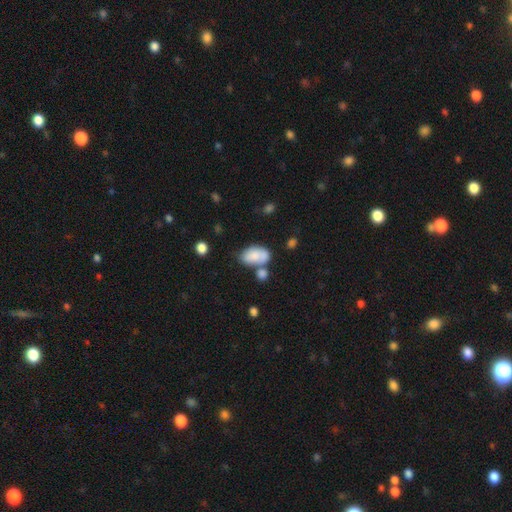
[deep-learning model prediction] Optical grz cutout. It shows a smooth galaxy with no disk features (75%) that is in between round and cigar-shaped (92%). Merging: none (38%).